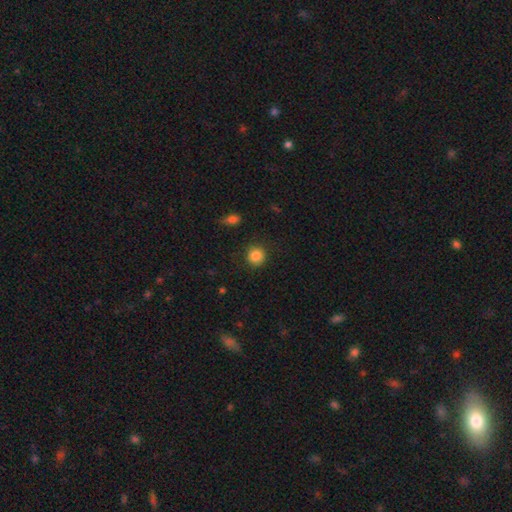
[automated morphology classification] Smooth or featured: smooth — 85% (star or artifact — 10%)
How rounded: round — 92% (in between — 7%)
Merging: none — 88% (minor disturbance — 8%)